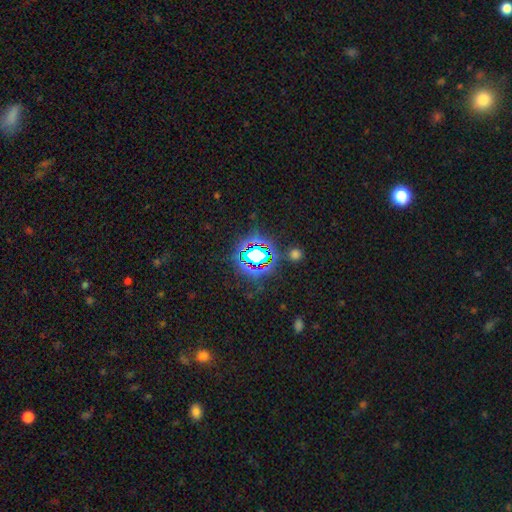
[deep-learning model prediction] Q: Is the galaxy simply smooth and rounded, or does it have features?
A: star or artifact — 72%.